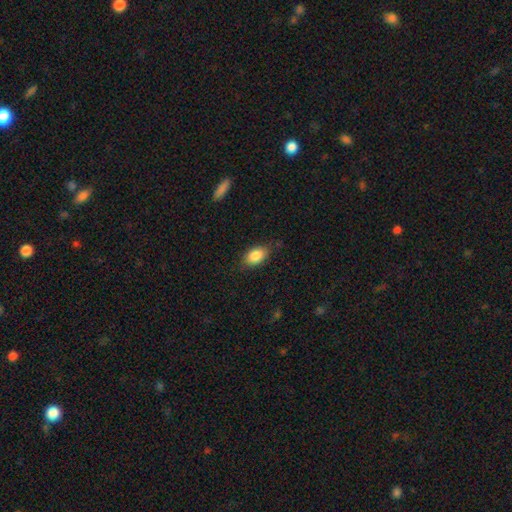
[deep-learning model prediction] This is clearly a smooth galaxy (86%). How rounded: clearly in between (88%). Merging: likely none (79%).